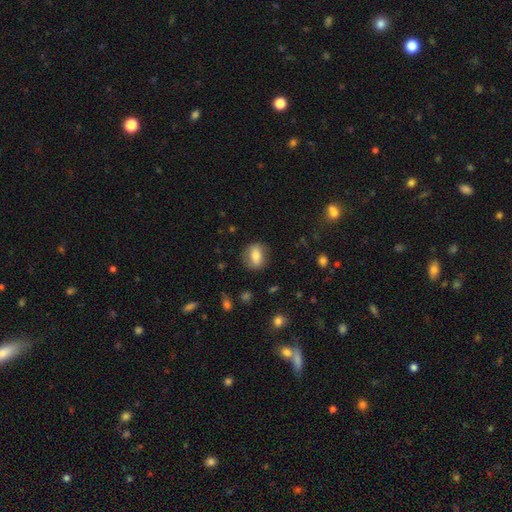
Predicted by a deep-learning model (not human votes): Overall: smooth (74%). How rounded: in between (58%; round 38%). Merging: none (79%).